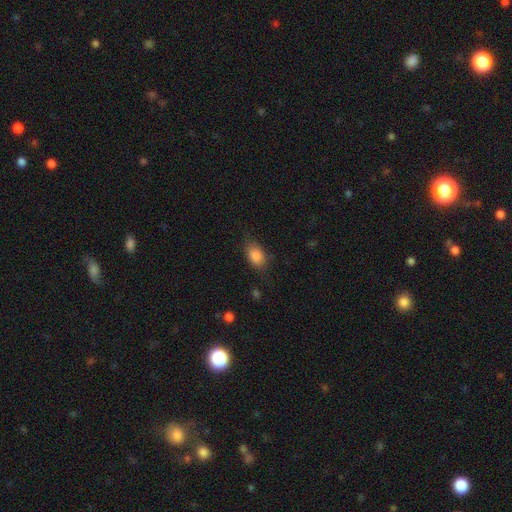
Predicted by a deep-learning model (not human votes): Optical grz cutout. It shows a smooth galaxy with no disk features (85%) that is in between round and cigar-shaped (86%). Merging: none (73%).